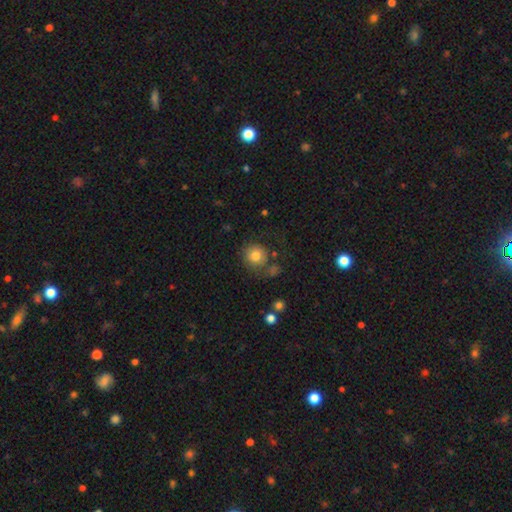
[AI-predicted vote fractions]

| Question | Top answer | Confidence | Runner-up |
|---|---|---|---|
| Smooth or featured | smooth | 80% | star or artifact (10%) |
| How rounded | round | 90% | in between (9%) |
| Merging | none | 71% | minor disturbance (15%) |